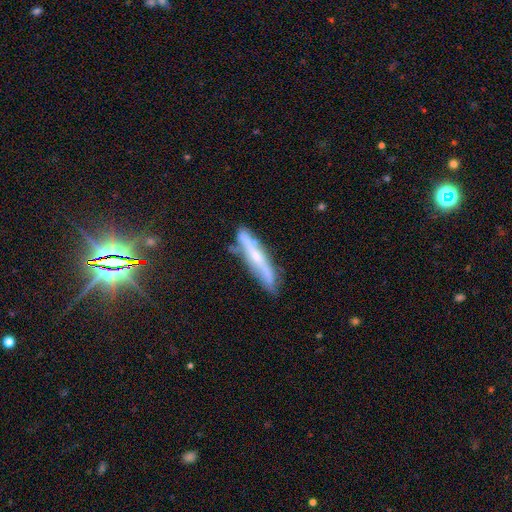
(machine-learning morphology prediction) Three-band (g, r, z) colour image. It shows a featured or disk galaxy (64%) viewed edge-on (75%). Merging: none (73%).